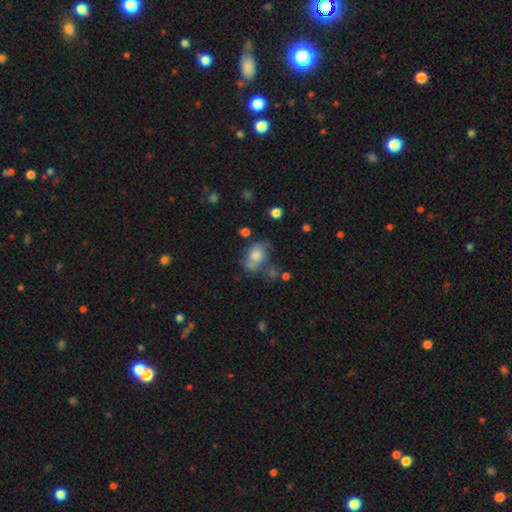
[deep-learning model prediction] This appears to be a smooth galaxy with no disk features (62%) that is in between round and cigar-shaped (71%). Merging: none (40%).